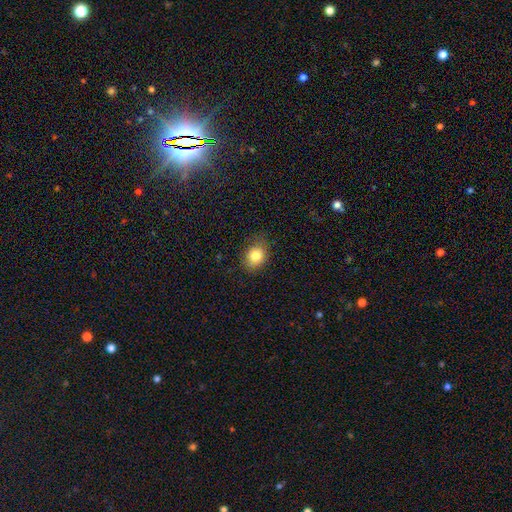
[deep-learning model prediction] smooth 82%, star or artifact 10%, featured or disk 8%. Down the decision tree: how rounded — round (50%); merging — none (78%).